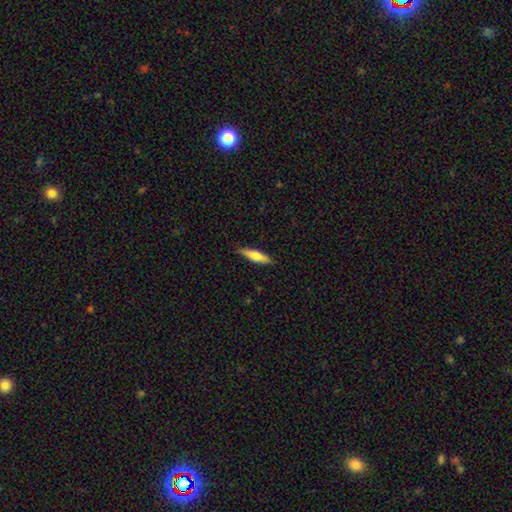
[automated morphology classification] Smooth or featured?
  - smooth: 66% *
  - featured or disk: 28%
  - star or artifact: 6%
How rounded?
  - cigar-shaped: 74% *
  - in between: 25%
  - round: 2%
Merging?
  - none: 88% *
  - minor disturbance: 9%
  - major disturbance: 2%
  - merger: 1%